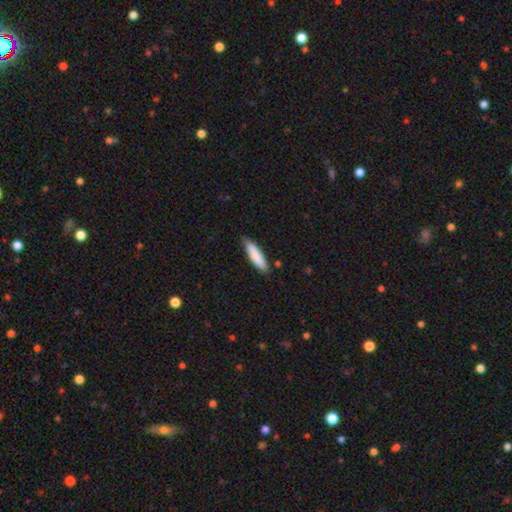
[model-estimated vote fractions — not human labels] smooth_or_featured: smooth (p=0.83) [alt: featured or disk p=0.11]
how_rounded: cigar-shaped (p=0.75) [alt: in between p=0.24]
merging: none (p=0.80) [alt: minor disturbance p=0.16]